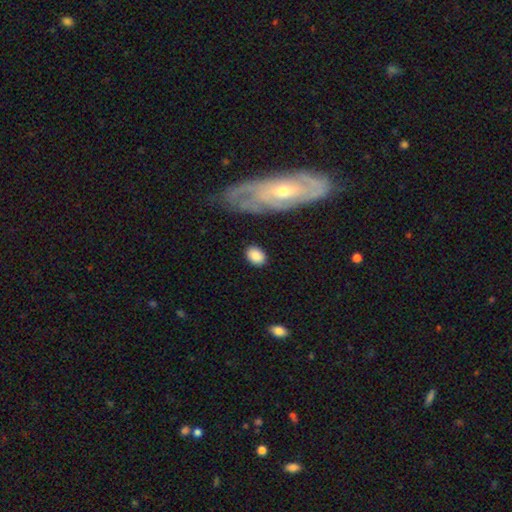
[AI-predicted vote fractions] Morphology: type=smooth (85%); roundness=in between (71%); merging=none (81%).